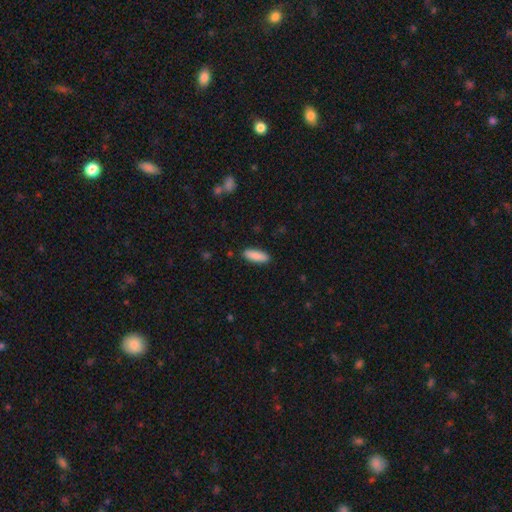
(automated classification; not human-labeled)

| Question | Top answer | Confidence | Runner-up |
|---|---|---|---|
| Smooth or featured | smooth | 89% | star or artifact (6%) |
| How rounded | in between | 57% | cigar-shaped (41%) |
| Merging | none | 89% | minor disturbance (8%) |